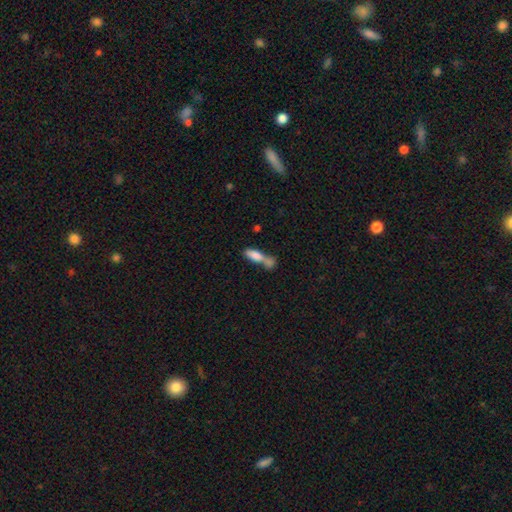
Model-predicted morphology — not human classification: smooth-or-featured: smooth: 79% | featured or disk: 13% | star or artifact: 8%
  how-rounded: in between: 63% | cigar-shaped: 34% | round: 3%
  merging: merger: 60% | none: 25% | minor disturbance: 10% | major disturbance: 6%